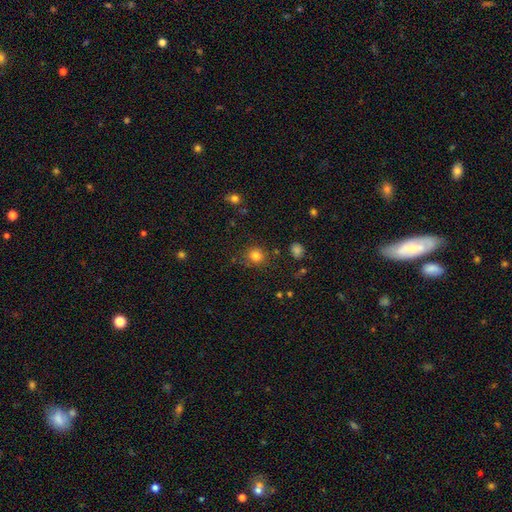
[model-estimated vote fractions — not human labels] Morphology: type=smooth (81%); roundness=round (89%); merging=none (83%).